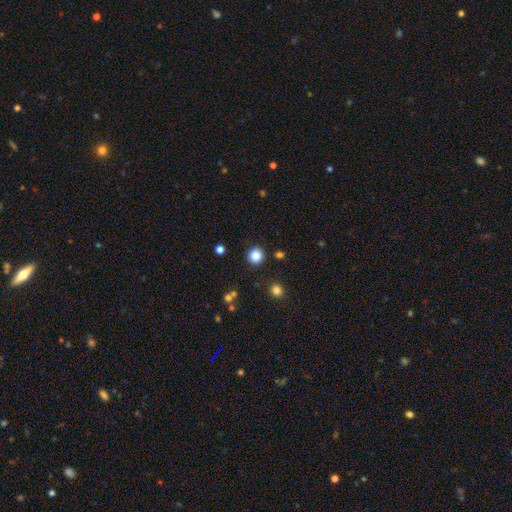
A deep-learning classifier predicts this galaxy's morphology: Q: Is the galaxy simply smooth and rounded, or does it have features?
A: smooth — 85%.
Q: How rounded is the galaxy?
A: round — 94%.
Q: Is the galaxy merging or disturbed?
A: none — 90%.